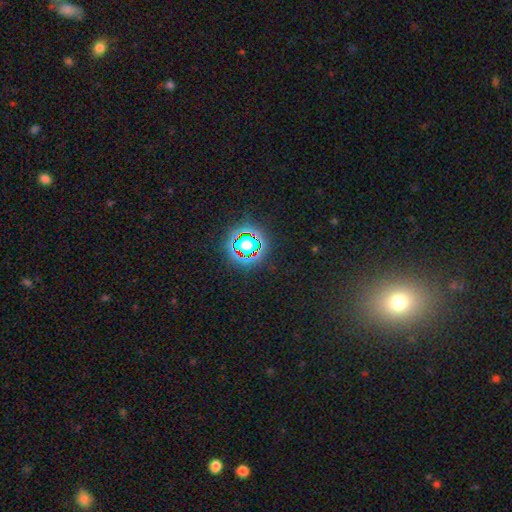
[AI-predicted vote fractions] star or artifact 75%, smooth 17%, featured or disk 9%.